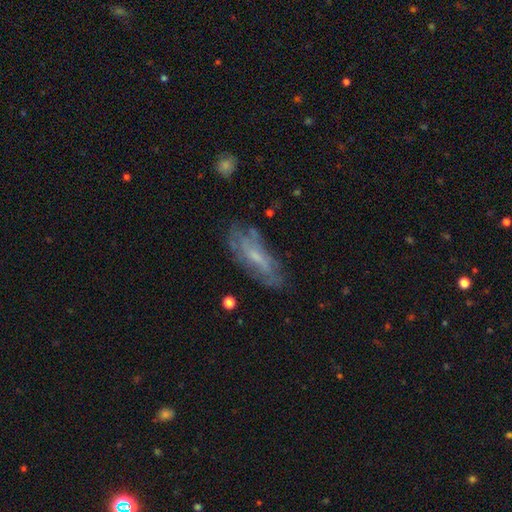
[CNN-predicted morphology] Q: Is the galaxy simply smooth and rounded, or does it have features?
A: featured or disk — 60%.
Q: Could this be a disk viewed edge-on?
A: no — 78%.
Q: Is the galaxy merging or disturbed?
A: none — 67%.